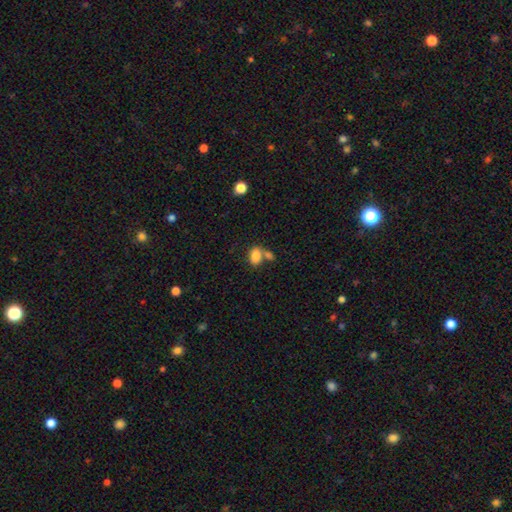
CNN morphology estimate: Overall: smooth (83%). How rounded: in between (87%). Merging: merger (42%; none 41%).